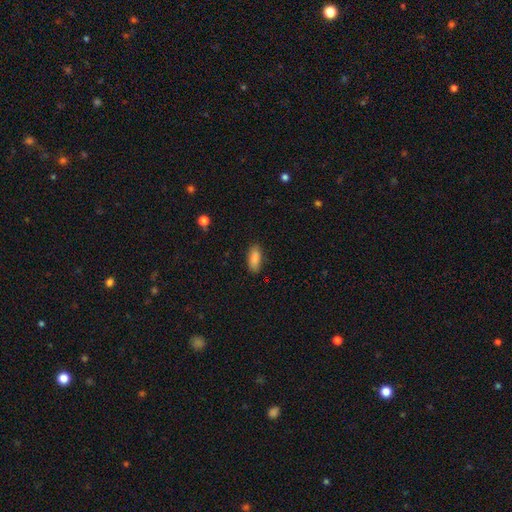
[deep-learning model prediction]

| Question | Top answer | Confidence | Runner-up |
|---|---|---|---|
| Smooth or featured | smooth | 85% | star or artifact (9%) |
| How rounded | in between | 81% | cigar-shaped (17%) |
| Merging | none | 86% | minor disturbance (10%) |